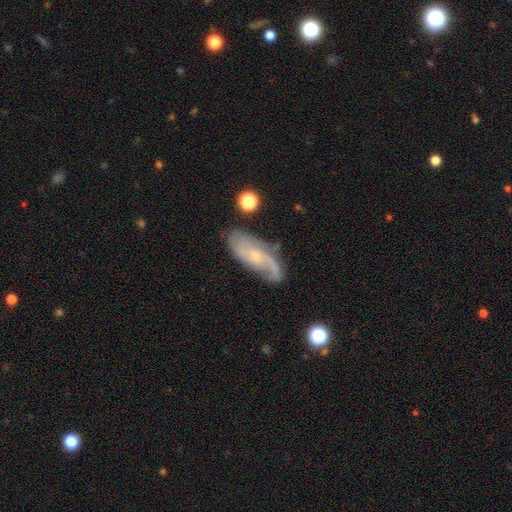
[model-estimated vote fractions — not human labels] Smooth or featured?
  - featured or disk: 75% *
  - smooth: 18%
  - star or artifact: 7%
Edge-on disk?
  - no: 91% *
  - yes: 9%
Bar?
  - no: 67% *
  - weak: 27%
  - strong: 6%
Spiral arms?
  - yes: 92% *
  - no: 8%
Spiral winding?
  - medium: 40% *
  - loose: 35%
  - tight: 24%
Spiral arm count?
  - 2: 62% *
  - can't tell: 18%
  - 1: 12%
  - 3: 5%
  - 4: 2%
  - more than 4: 2%
Bulge size?
  - small: 76% *
  - moderate: 20%
  - none: 3%
  - large: 1%
  - dominant: 1%
Merging?
  - none: 65% *
  - minor disturbance: 22%
  - major disturbance: 9%
  - merger: 3%